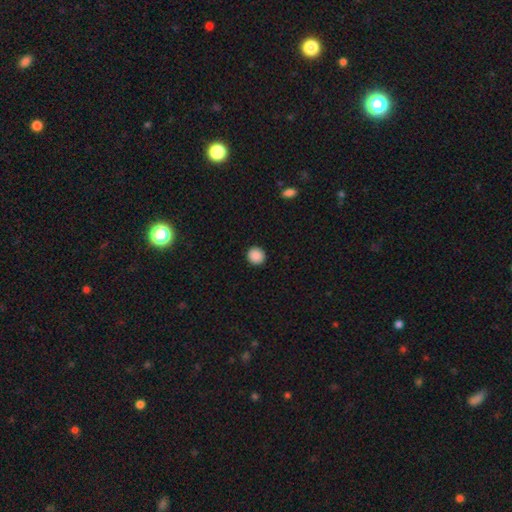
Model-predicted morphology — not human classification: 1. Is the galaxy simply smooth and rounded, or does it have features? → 89% smooth, 9% star or artifact, 2% featured or disk.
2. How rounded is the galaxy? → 94% round, 5% in between, 1% cigar-shaped.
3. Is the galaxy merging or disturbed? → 93% none, 4% minor disturbance, 2% major disturbance, 1% merger.